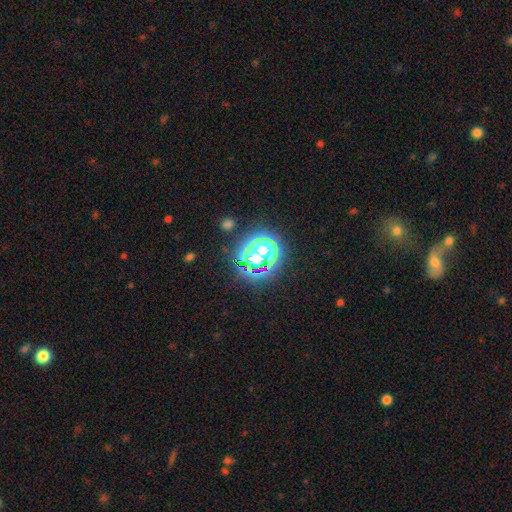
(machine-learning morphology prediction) The model was most divided on "smooth or featured": star or artifact: 39%, smooth: 36%, featured or disk: 25%.